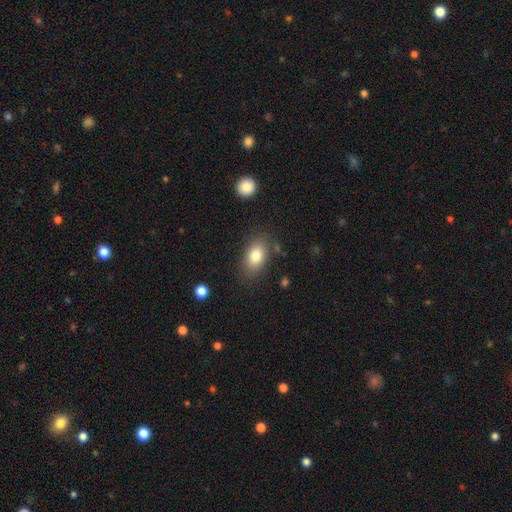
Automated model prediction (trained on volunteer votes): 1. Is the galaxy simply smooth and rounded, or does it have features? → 81% smooth, 11% featured or disk, 8% star or artifact.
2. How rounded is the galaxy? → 87% in between, 11% round, 2% cigar-shaped.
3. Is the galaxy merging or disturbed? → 80% none, 13% minor disturbance, 4% major disturbance, 3% merger.